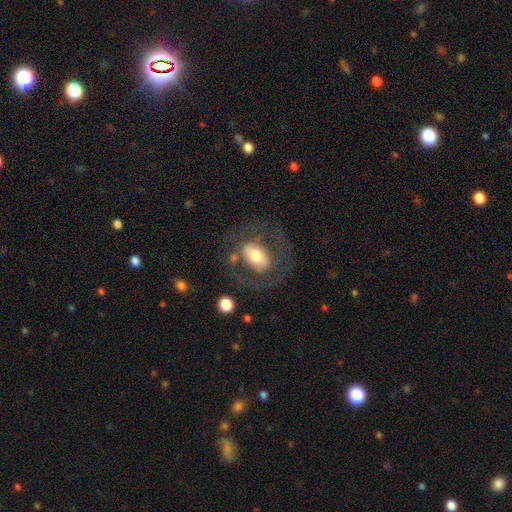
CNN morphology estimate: Q: Smooth or featured?
A: smooth (48%); runner-up: featured or disk (45%)
Q: Merging?
A: none (58%); runner-up: major disturbance (21%)